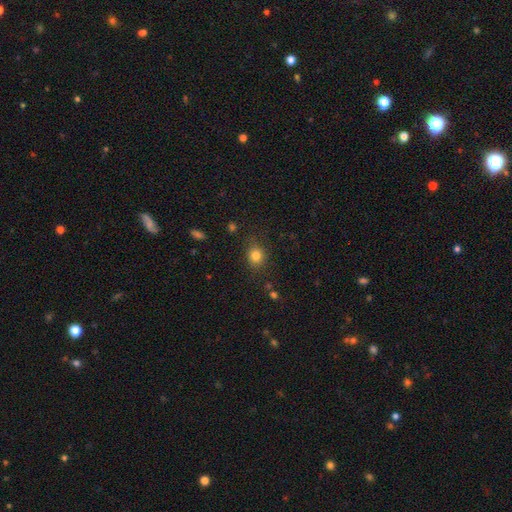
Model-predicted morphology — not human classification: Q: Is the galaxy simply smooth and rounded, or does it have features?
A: smooth — 81%.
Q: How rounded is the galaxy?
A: round — 75%.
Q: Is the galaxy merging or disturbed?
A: none — 84%.